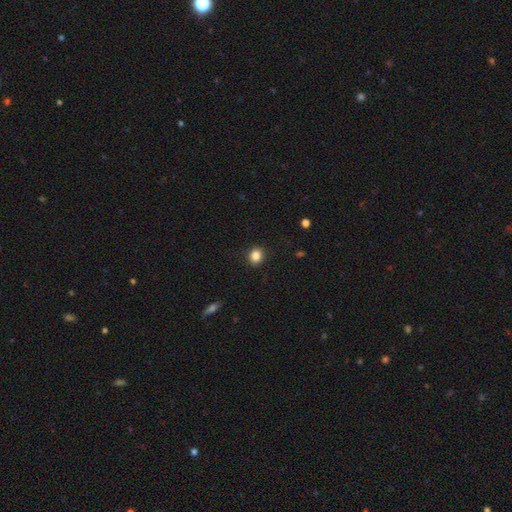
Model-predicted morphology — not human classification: type=smooth (85%); roundness=round (74%); merging=none (90%).